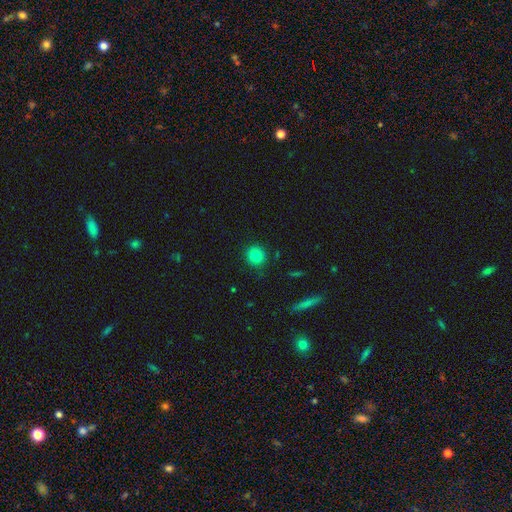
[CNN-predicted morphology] smooth 82%, star or artifact 12%, featured or disk 6%. Down the decision tree: how rounded — round (91%); merging — none (87%).